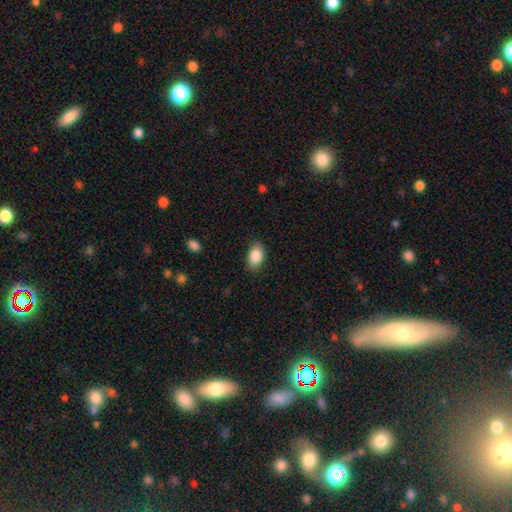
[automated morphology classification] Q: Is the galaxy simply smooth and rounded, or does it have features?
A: smooth — 87%.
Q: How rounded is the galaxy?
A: in between — 89%.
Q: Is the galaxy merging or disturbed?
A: none — 84%.